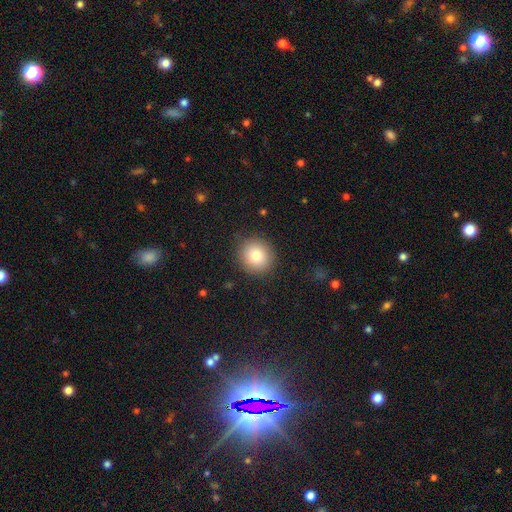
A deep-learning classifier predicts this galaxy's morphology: type=smooth (80%); roundness=round (87%); merging=none (87%).